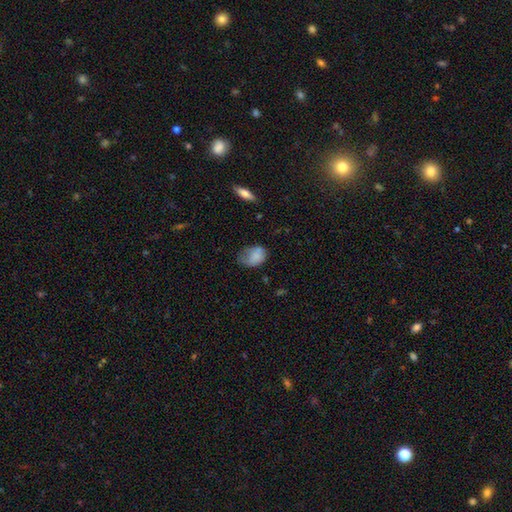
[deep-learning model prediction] A smooth galaxy with no disk features (77%) that is in between round and cigar-shaped (72%). Merging: minor disturbance (39%, tied with none).